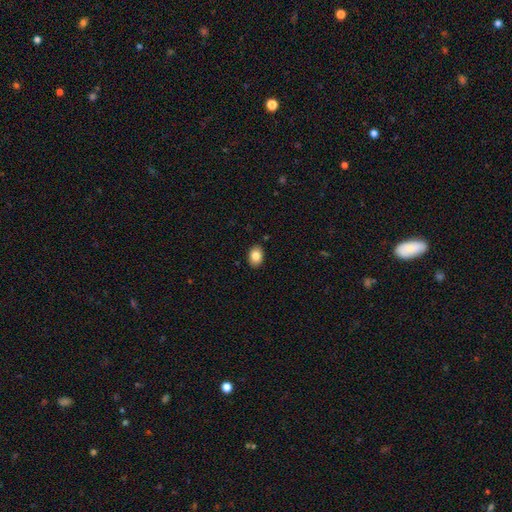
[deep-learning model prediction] Overall: smooth (85%). How rounded: in between (76%). Merging: none (89%).